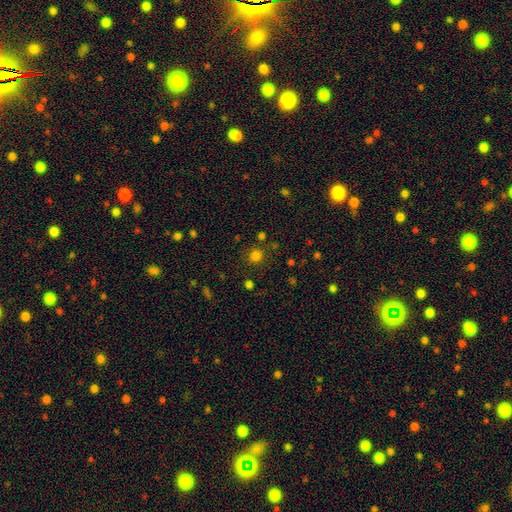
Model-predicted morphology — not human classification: smooth-or-featured: smooth: 78% | star or artifact: 18% | featured or disk: 4%
  how-rounded: round: 89% | in between: 10% | cigar-shaped: 1%
  merging: none: 84% | minor disturbance: 9% | merger: 4% | major disturbance: 4%